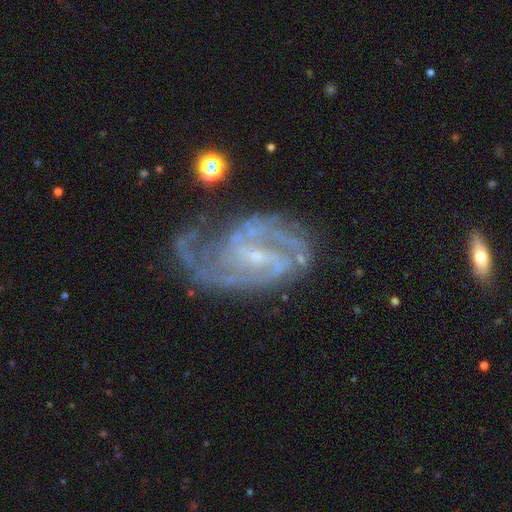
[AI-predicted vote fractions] featured or disk 90%, star or artifact 6%, smooth 4%. Down the decision tree: edge-on disk — no (97%); bar — weak (48%); spiral arms — yes (97%); spiral arm count — 2 (45%); spiral winding — medium (49%); bulge size — small (81%); merging — none (56%).